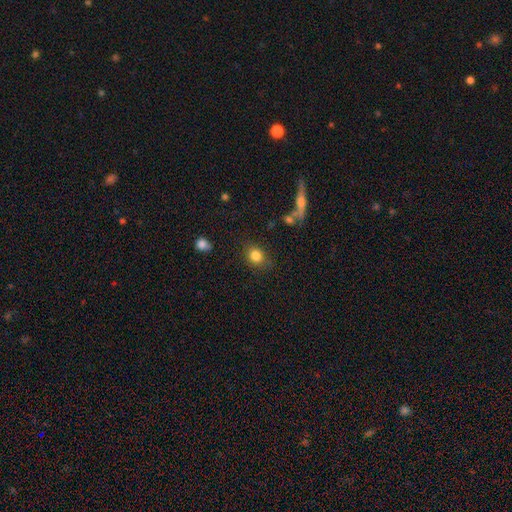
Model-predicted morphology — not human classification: A smooth galaxy with no disk features (83%) that is round (65%).

Vote fractions:
- Smooth or featured? smooth: 83% / star or artifact: 10% / featured or disk: 7%
- How rounded? round: 65% / in between: 34% / cigar-shaped: 1%
- Merging? none: 81% / minor disturbance: 13% / major disturbance: 4% / merger: 3%